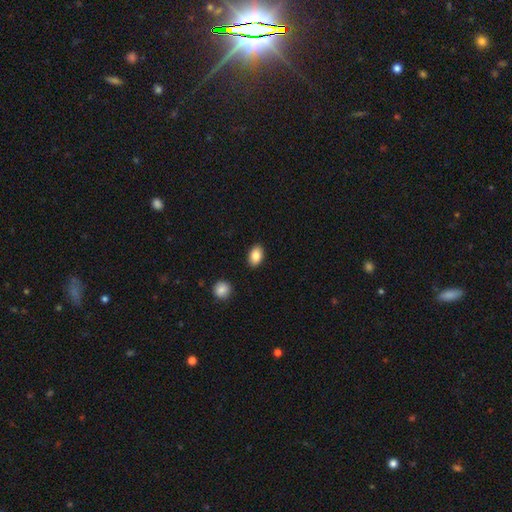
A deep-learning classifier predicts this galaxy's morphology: Smooth or featured: smooth — 86% (star or artifact — 7%)
How rounded: in between — 88% (round — 10%)
Merging: none — 89% (minor disturbance — 8%)